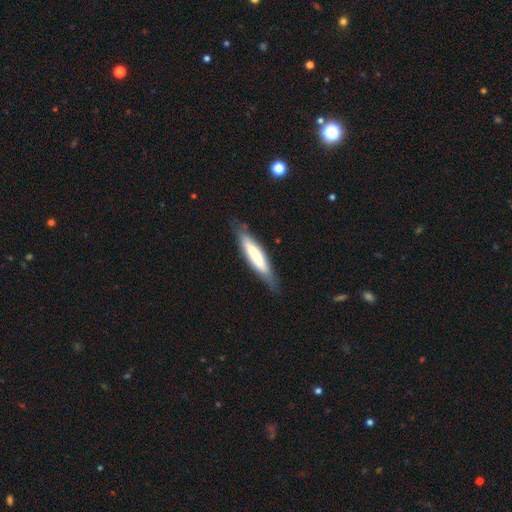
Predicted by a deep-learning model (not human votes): Q: Smooth or featured?
A: smooth (63%); runner-up: featured or disk (32%)
Q: How rounded?
A: cigar-shaped (79%); runner-up: in between (19%)
Q: Merging?
A: none (76%); runner-up: minor disturbance (18%)